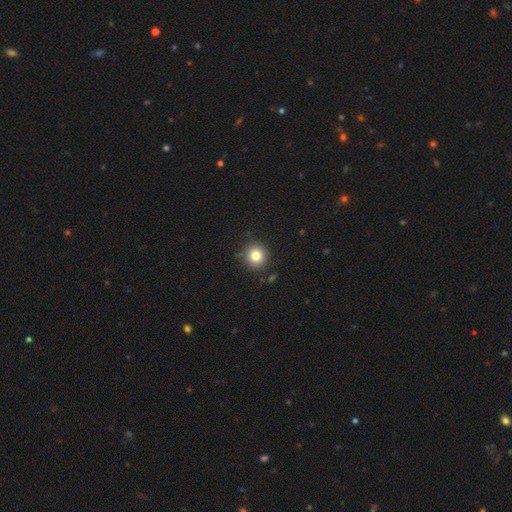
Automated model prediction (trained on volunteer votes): The model was most divided on "smooth or featured": smooth: 81%, star or artifact: 12%, featured or disk: 7%. More confident: how rounded — round (92%); merging — none (86%).